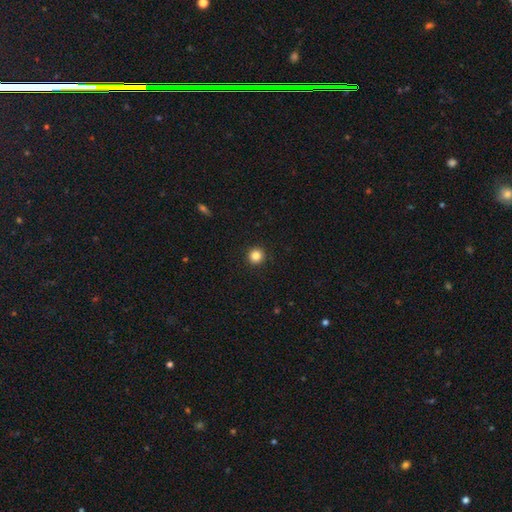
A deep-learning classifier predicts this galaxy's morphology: Smooth or featured?
  - smooth: 85% *
  - star or artifact: 11%
  - featured or disk: 4%
How rounded?
  - round: 95% *
  - in between: 4%
  - cigar-shaped: 1%
Merging?
  - none: 93% *
  - minor disturbance: 4%
  - major disturbance: 2%
  - merger: 1%